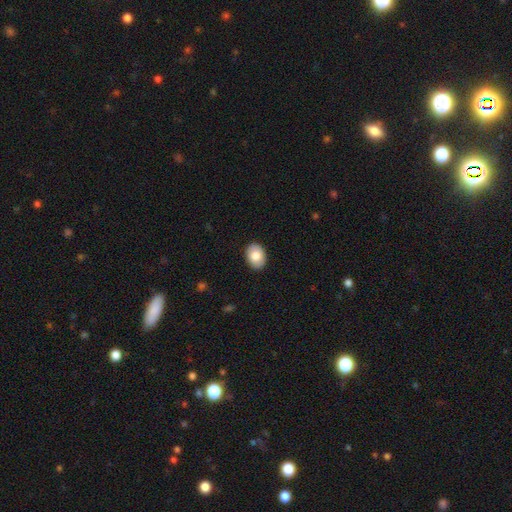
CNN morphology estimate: A smooth galaxy with no disk features (81%) that is in between round and cigar-shaped (76%). Merging: none (90%).